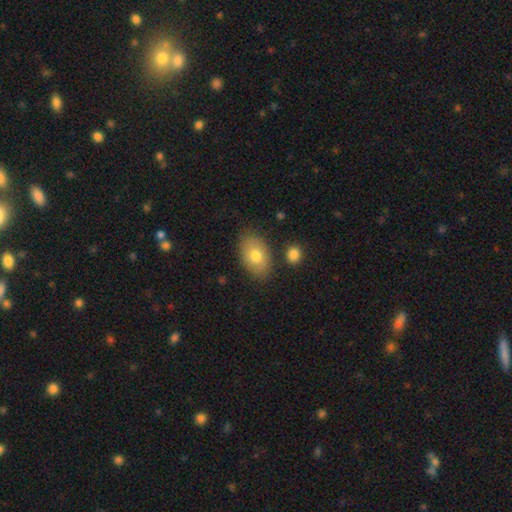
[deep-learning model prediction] Smooth or featured? smooth (75%)
How rounded? in between (89%)
Merging? none (81%)